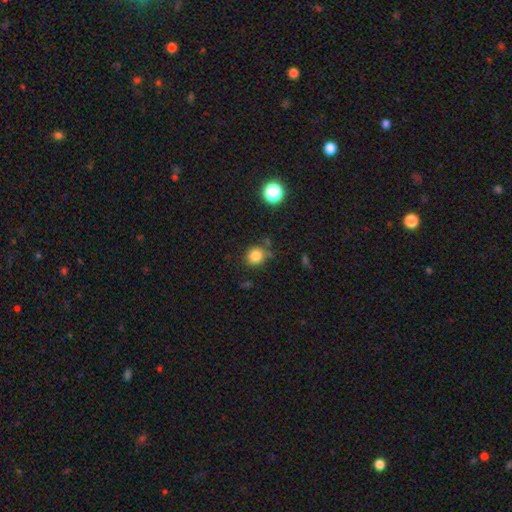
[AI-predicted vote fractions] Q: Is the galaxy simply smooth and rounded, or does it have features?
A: smooth — 84%.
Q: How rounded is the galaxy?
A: round — 87%.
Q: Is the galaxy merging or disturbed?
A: none — 76%.